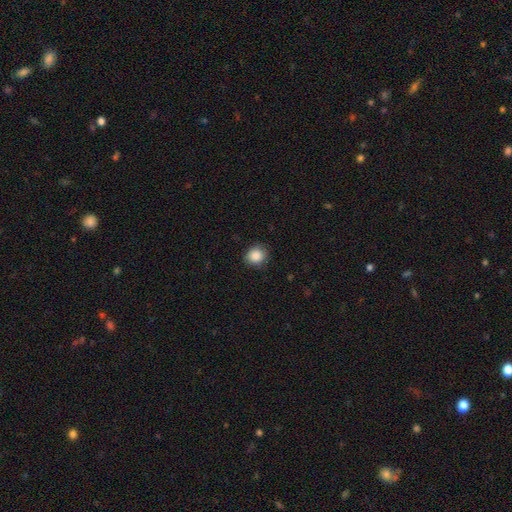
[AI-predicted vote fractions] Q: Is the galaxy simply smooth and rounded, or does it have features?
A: smooth — 88%.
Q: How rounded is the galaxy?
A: round — 84%.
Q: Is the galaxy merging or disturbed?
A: none — 84%.